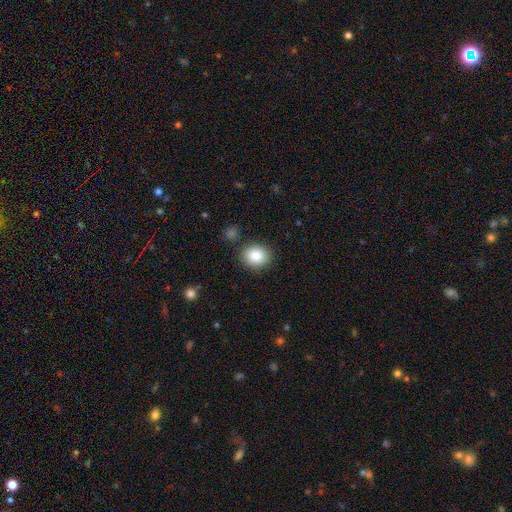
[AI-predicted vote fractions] Overall: smooth (83%). How rounded: round (69%; in between 31%). Merging: none (86%).